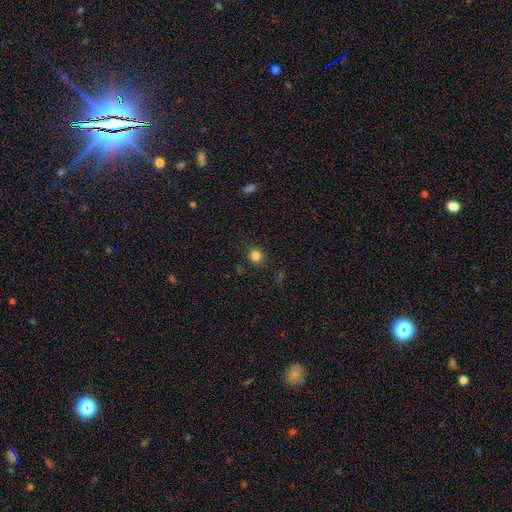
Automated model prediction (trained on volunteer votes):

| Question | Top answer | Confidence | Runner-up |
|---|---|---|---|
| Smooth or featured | smooth | 82% | star or artifact (14%) |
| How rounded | round | 85% | in between (14%) |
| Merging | none | 87% | minor disturbance (9%) |